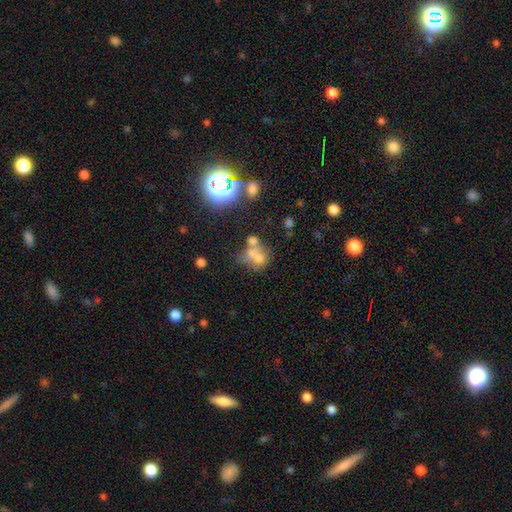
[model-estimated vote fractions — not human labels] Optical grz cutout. It shows a smooth galaxy with no disk features (56%) that is round (60%). Merging: merger (50%).